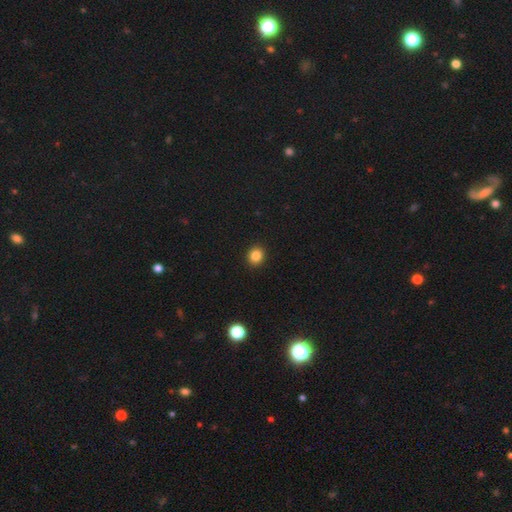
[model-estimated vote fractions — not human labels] Smooth or featured? Predicted: smooth (p=0.85). How rounded? Predicted: round (p=0.80). Merging? Predicted: none (p=0.92).